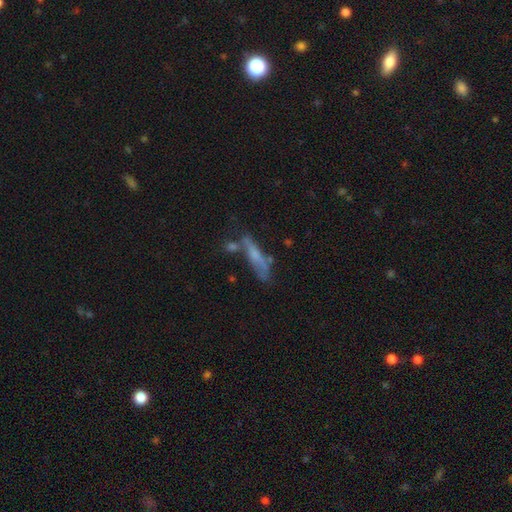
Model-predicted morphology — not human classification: Smooth or featured: smooth — 47% (featured or disk — 42%)
Merging: none — 46% (minor disturbance — 21%)